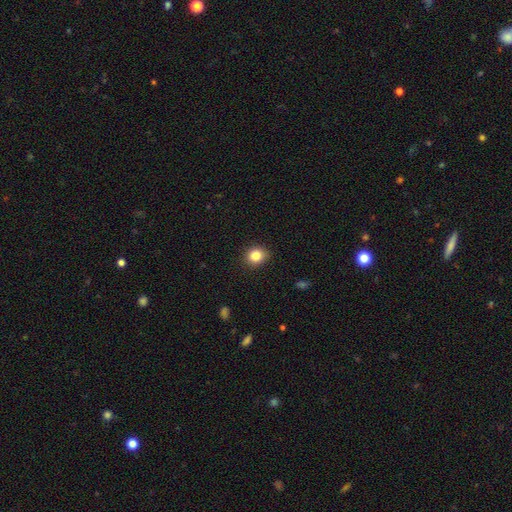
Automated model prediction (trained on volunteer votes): Smooth or featured?
  - smooth: 85% *
  - star or artifact: 10%
  - featured or disk: 5%
How rounded?
  - round: 75% *
  - in between: 24%
  - cigar-shaped: 1%
Merging?
  - none: 88% *
  - minor disturbance: 9%
  - major disturbance: 2%
  - merger: 1%